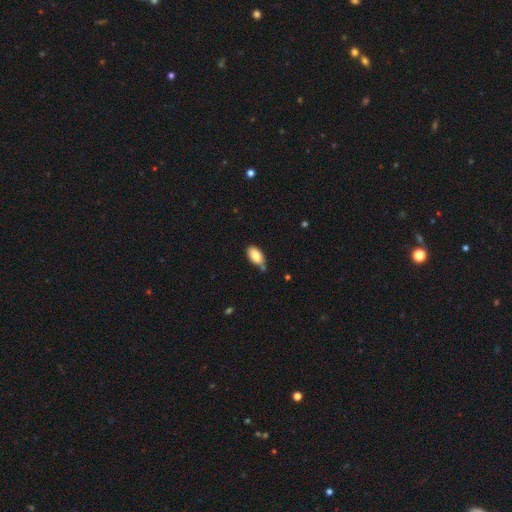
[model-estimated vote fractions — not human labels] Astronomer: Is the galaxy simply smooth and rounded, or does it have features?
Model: smooth — 82%.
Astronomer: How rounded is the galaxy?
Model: in between — 94%.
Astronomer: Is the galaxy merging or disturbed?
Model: none — 67%.